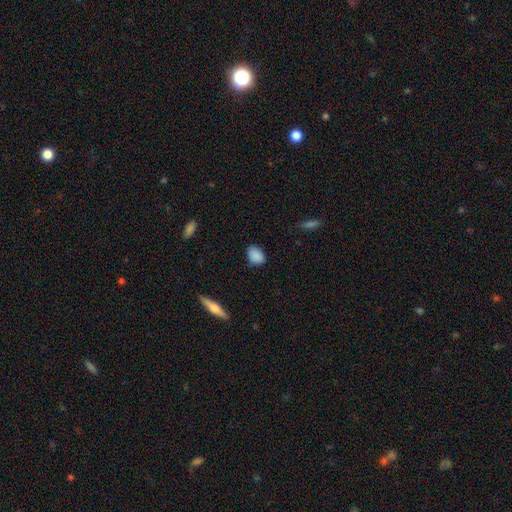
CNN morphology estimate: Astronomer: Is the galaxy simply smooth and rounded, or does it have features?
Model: smooth — 88%.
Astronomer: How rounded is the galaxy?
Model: in between — 76%.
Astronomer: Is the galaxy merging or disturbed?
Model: none — 81%.